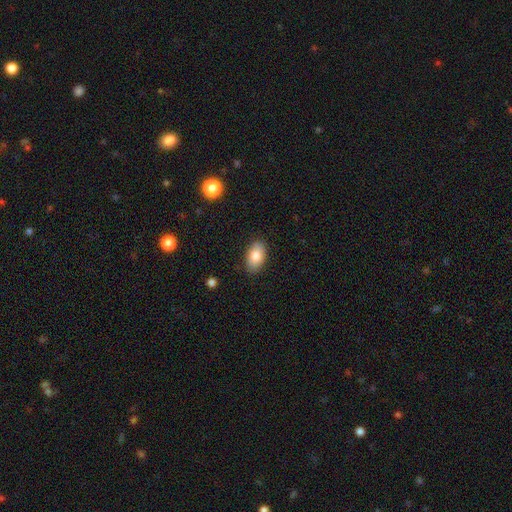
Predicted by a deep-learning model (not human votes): Smooth or featured? Predicted: smooth (p=0.84). How rounded? Predicted: in between (p=0.93). Merging? Predicted: none (p=0.87).